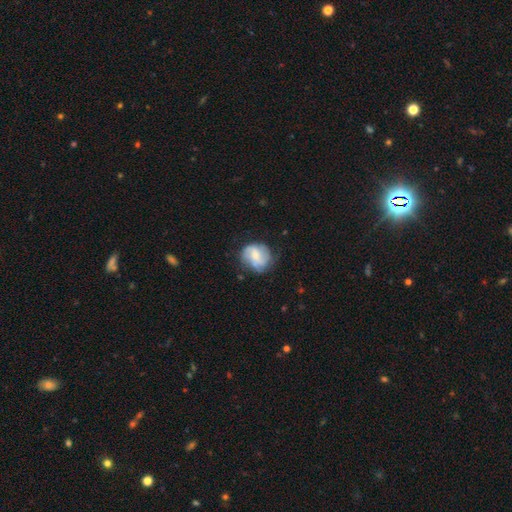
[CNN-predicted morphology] A featured or disk galaxy (55%) with no bar (47%), spiral arms (81%) and a small central bulge (45%).

Vote fractions:
- Smooth or featured? featured or disk: 55% / smooth: 38% / star or artifact: 7%
- Edge-on disk? no: 98% / yes: 2%
- Bar? no: 47% / weak: 42% / strong: 11%
- Spiral arms? yes: 81% / no: 19%
- Bulge size? small: 45% / moderate: 43% / none: 8% / large: 4% / dominant: 1%
- Merging? none: 64% / minor disturbance: 24% / major disturbance: 10% / merger: 2%